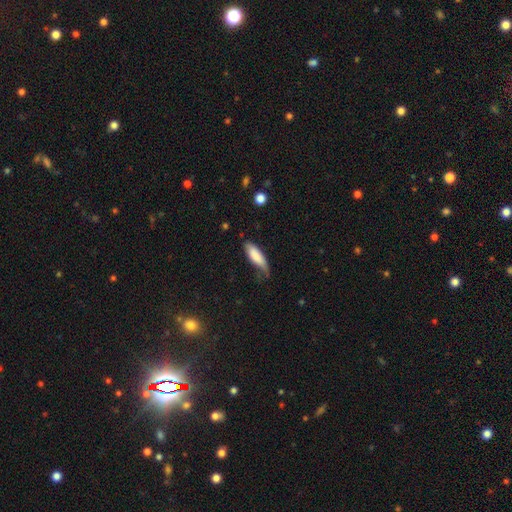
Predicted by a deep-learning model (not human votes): Smooth or featured: smooth — 81% (featured or disk — 13%)
How rounded: in between — 59% (cigar-shaped — 40%)
Merging: minor disturbance — 42% (none — 41%)